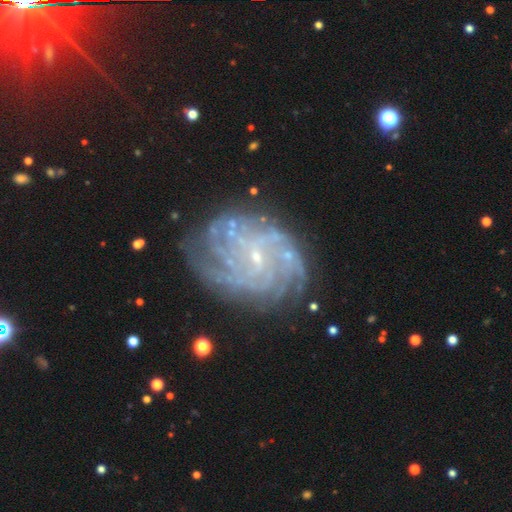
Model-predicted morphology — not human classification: This is clearly a featured or disk galaxy (85%). It is clearly not viewed edge-on (97%). Bar: possibly no (49%). Spiral arm pattern: clearly yes (94%). Spiral arm count: marginally can't tell (30%). Spiral winding: likely tight (62%). Central bulge: clearly small (84%). Merging: likely none (73%).